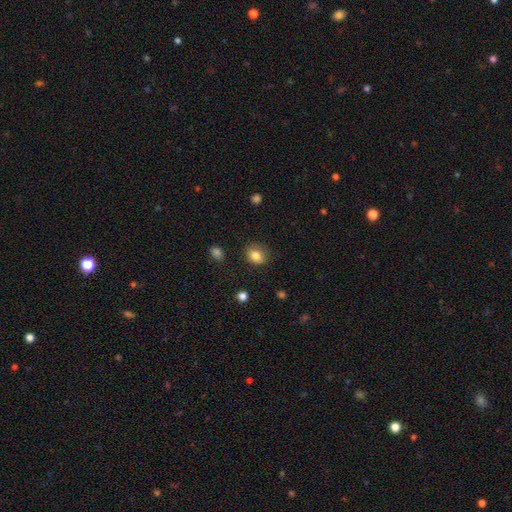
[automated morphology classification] smooth-or-featured: smooth: 84% | star or artifact: 10% | featured or disk: 6%
  how-rounded: round: 56% | in between: 43% | cigar-shaped: 1%
  merging: none: 83% | minor disturbance: 12% | major disturbance: 3% | merger: 1%